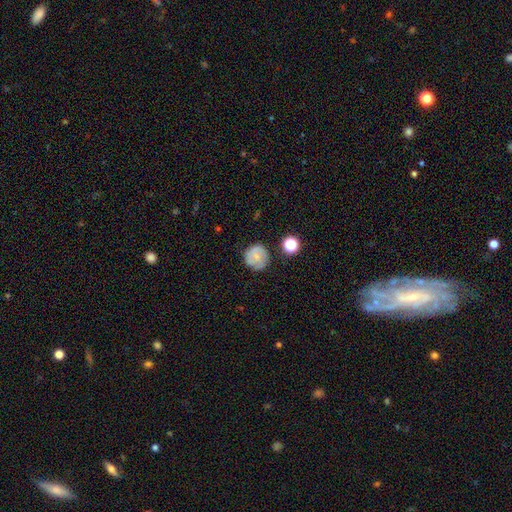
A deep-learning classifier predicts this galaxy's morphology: type=smooth (60%); roundness=round (90%); merging=none (73%).